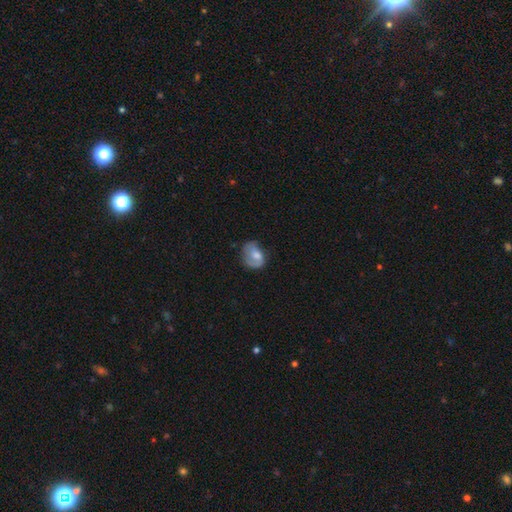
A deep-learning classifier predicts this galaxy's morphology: The model was most divided on "merging": none: 43%, minor disturbance: 31%, major disturbance: 23%, merger: 3%. More confident: how rounded — in between (63%); smooth or featured — smooth (54%).